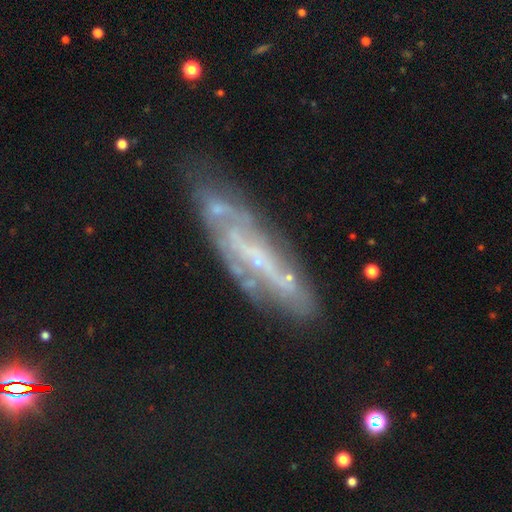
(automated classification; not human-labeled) Smooth or featured? featured or disk (73%)
Edge-on disk? no (65%)
Merging? none (61%)